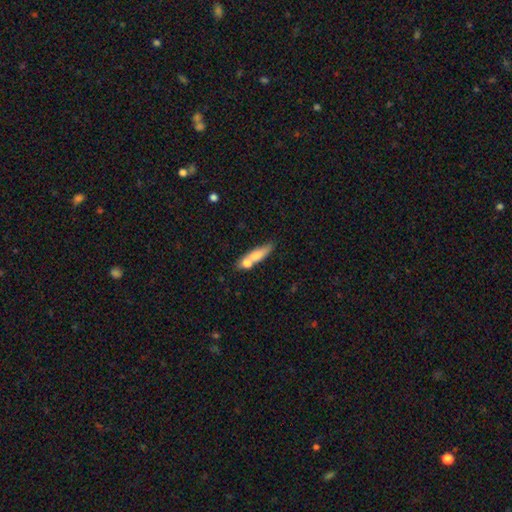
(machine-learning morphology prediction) Smooth or featured? smooth (66%)
How rounded? cigar-shaped (62%)
Merging? none (42%)